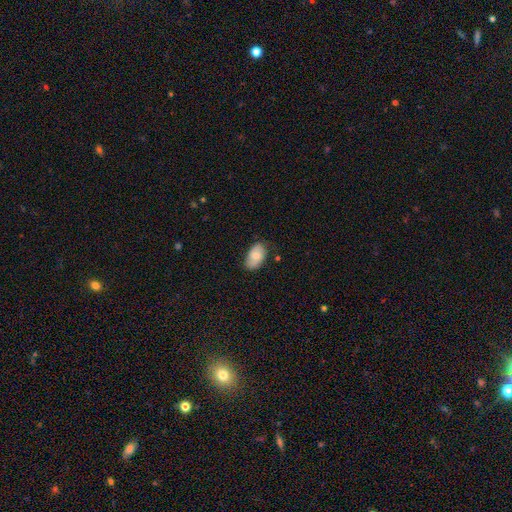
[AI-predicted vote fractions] This appears to be a smooth galaxy with no disk features (71%) that is in between round and cigar-shaped (92%). Merging: none (70%).